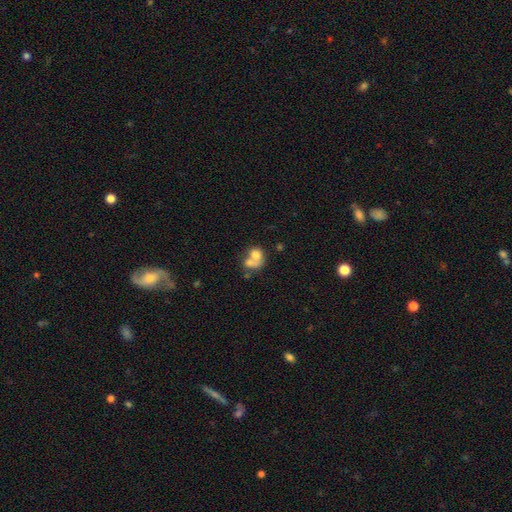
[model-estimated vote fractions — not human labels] Overall: smooth (67%). How rounded: round (57%; in between 42%). Merging: merger (66%).